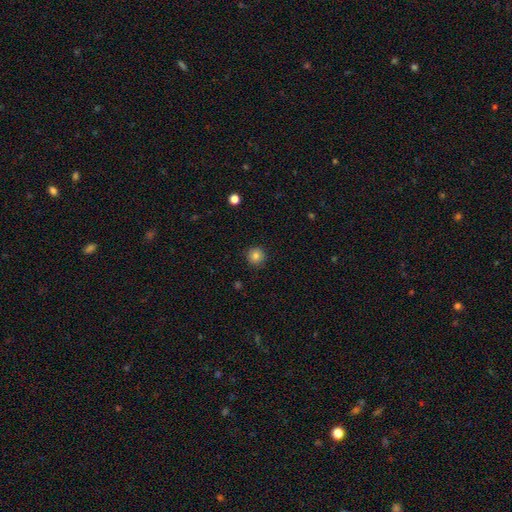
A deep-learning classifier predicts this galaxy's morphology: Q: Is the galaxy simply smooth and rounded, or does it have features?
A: smooth — 82%.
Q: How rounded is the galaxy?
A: round — 94%.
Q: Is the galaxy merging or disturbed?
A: none — 91%.